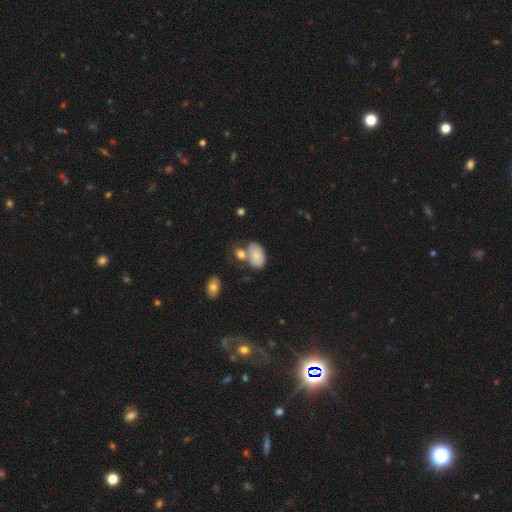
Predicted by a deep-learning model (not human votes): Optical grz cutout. It shows a smooth galaxy with no disk features (79%) that is in between round and cigar-shaped (91%). Merging: none (46%).